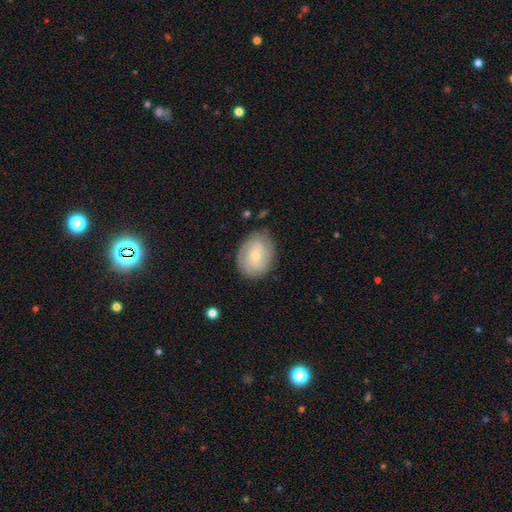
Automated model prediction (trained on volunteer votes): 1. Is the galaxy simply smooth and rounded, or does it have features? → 60% featured or disk, 33% smooth, 7% star or artifact.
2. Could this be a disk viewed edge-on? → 97% no, 3% yes.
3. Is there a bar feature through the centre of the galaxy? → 66% no, 29% weak, 5% strong.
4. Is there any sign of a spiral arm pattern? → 85% yes, 15% no.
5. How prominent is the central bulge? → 68% small, 28% moderate, 2% none, 1% large, 1% dominant.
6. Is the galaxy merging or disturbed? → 79% none, 16% minor disturbance, 4% major disturbance, 1% merger.